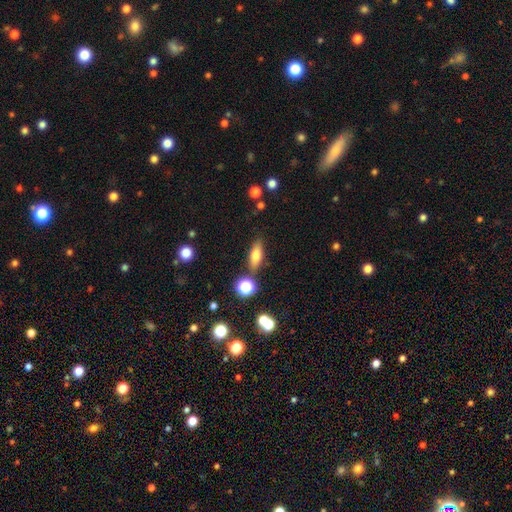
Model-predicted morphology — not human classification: This is likely a smooth galaxy (74%). How rounded: likely in between (69%). Merging: likely none (76%).